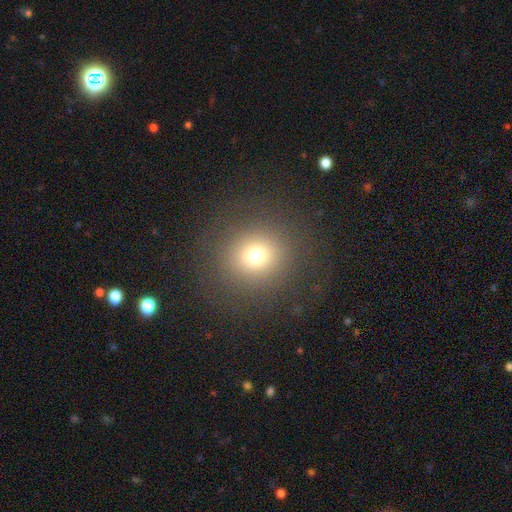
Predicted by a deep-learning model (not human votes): smooth 71%, star or artifact 18%, featured or disk 11%. Down the decision tree: how rounded — round (90%); merging — none (86%).